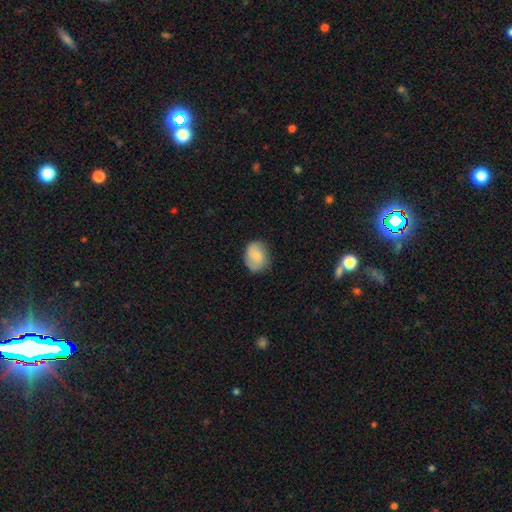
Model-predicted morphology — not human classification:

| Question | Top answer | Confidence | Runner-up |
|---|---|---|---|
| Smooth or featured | smooth | 76% | featured or disk (17%) |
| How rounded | in between | 53% | round (46%) |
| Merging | none | 75% | minor disturbance (19%) |